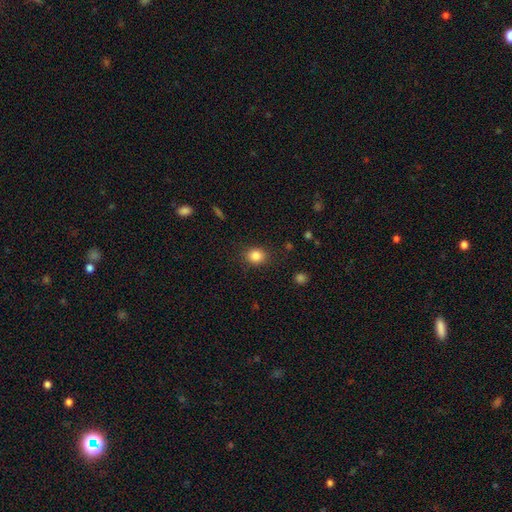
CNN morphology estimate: The model was most divided on "how rounded": round: 64%, in between: 35%, cigar-shaped: 1%. More confident: merging — none (86%); smooth or featured — smooth (85%).